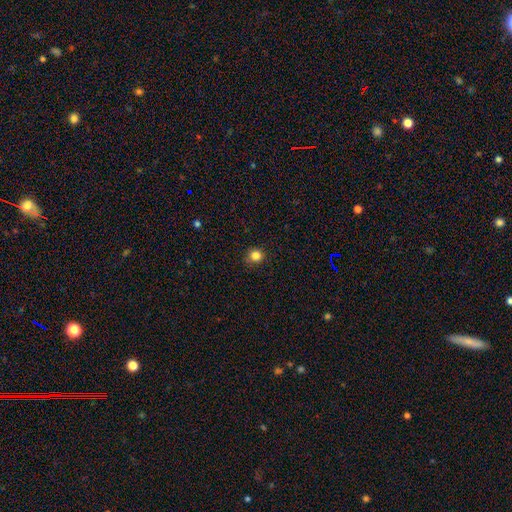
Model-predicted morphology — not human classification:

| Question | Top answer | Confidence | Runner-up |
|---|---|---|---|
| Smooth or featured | smooth | 83% | star or artifact (12%) |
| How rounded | round | 87% | in between (12%) |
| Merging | none | 85% | minor disturbance (11%) |